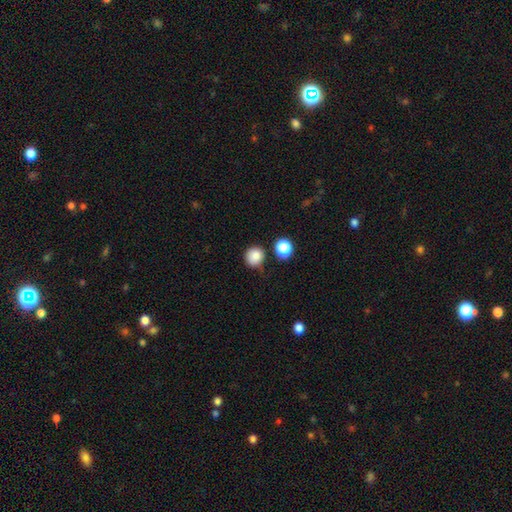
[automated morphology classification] smooth_or_featured: smooth (p=0.84) [alt: star or artifact p=0.11]
how_rounded: round (p=0.90) [alt: in between p=0.09]
merging: none (p=0.75) [alt: minor disturbance p=0.14]